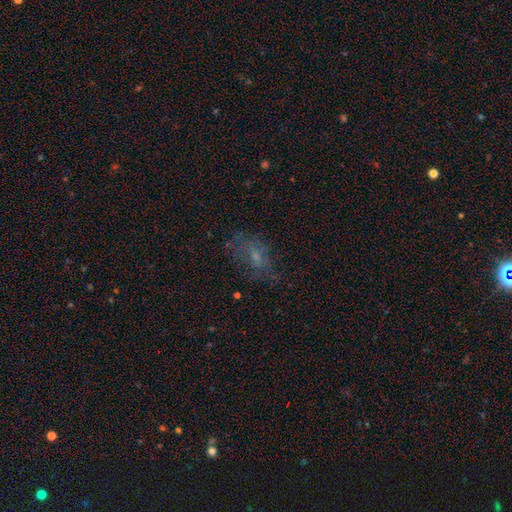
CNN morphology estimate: Smooth or featured: smooth — 42% (featured or disk — 40%)
Merging: none — 51% (minor disturbance — 23%)